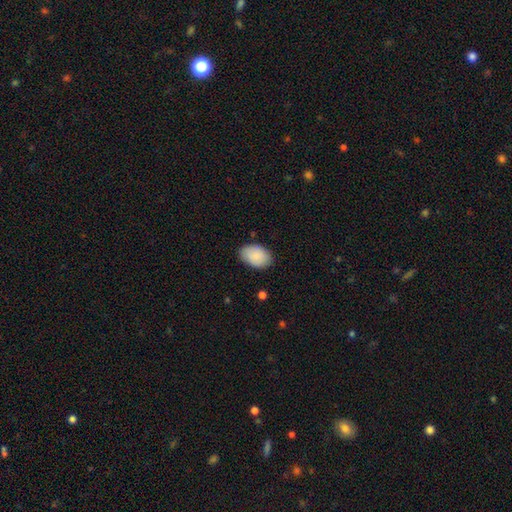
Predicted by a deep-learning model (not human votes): This appears to be a smooth galaxy with no disk features (88%) that is in between round and cigar-shaped (89%). Merging: none (84%).